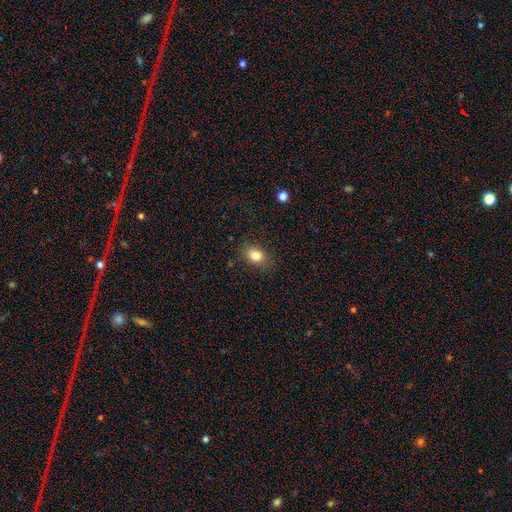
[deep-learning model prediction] Smooth or featured?
  - smooth: 82% *
  - star or artifact: 10%
  - featured or disk: 8%
How rounded?
  - in between: 69% *
  - round: 30%
  - cigar-shaped: 1%
Merging?
  - none: 82% *
  - minor disturbance: 13%
  - major disturbance: 4%
  - merger: 1%